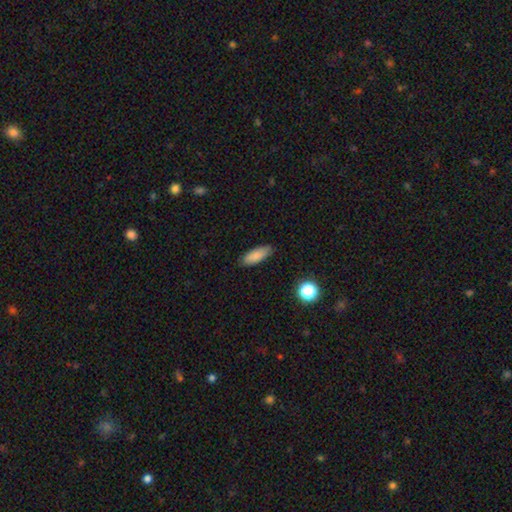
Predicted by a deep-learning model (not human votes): Smooth or featured: smooth — 85% (star or artifact — 8%)
How rounded: in between — 69% (cigar-shaped — 29%)
Merging: none — 86% (minor disturbance — 11%)